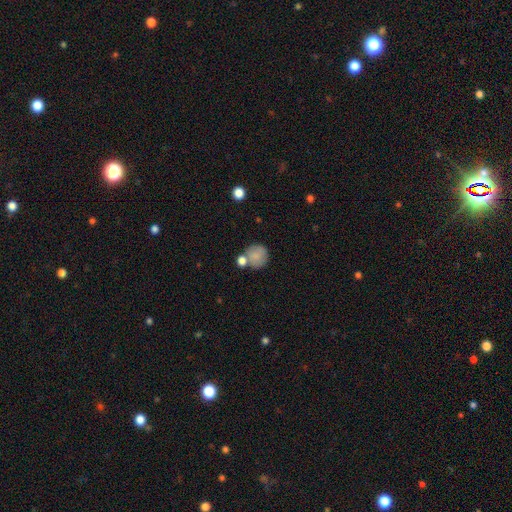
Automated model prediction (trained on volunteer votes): A smooth galaxy with no disk features (79%) that is round (84%). Merging: none (54%).